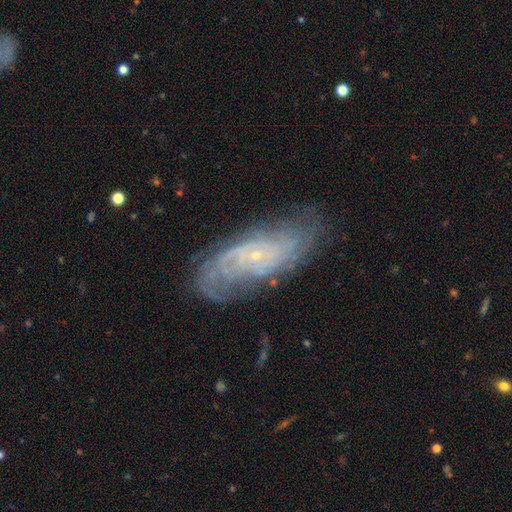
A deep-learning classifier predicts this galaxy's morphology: This is likely a featured or disk galaxy (78%). It is clearly not viewed edge-on (90%). Bar: likely no (77%). Spiral arm pattern: clearly yes (89%). Spiral arm count: possibly can't tell (47%). Spiral winding: possibly tight (58%). Central bulge: clearly small (87%). Merging: likely none (71%).